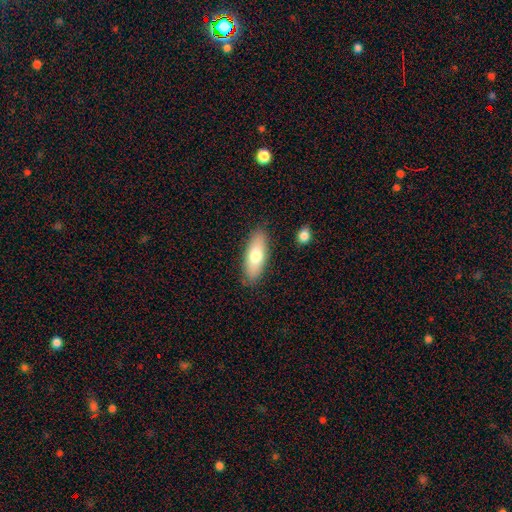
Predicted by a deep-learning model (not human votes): This appears to be a smooth galaxy with no disk features (72%) that is in between round and cigar-shaped (70%). Merging: none (85%).